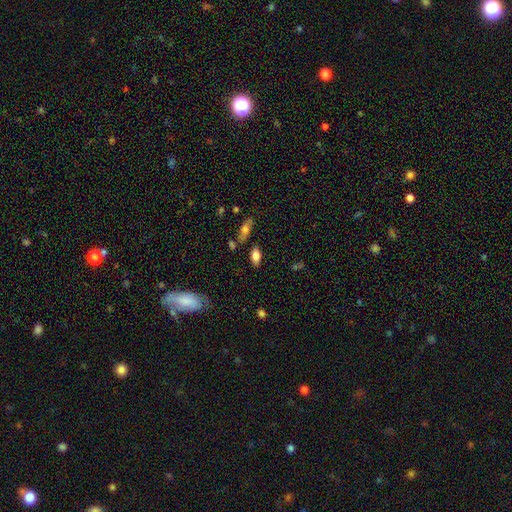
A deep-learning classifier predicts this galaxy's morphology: A smooth galaxy with no disk features (80%) that is in between round and cigar-shaped (88%). Merging: none (78%).